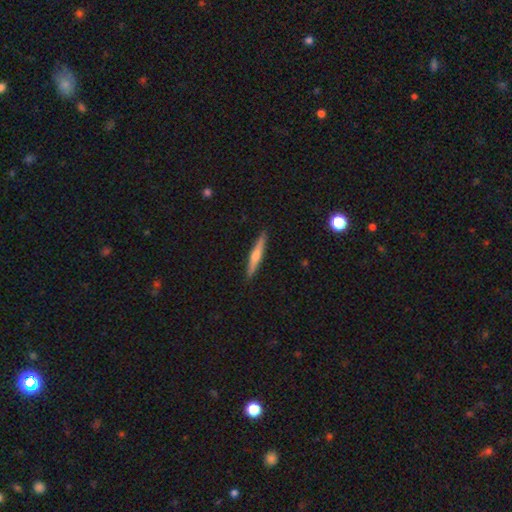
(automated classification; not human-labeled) smooth-or-featured: featured or disk: 55% | smooth: 39% | star or artifact: 6%
  disk-edge-on: yes: 97% | no: 3%
    edge-on-bulge: rounded: 83% | none: 12% | boxy: 5%
  merging: none: 91% | minor disturbance: 6% | major disturbance: 1% | merger: 1%